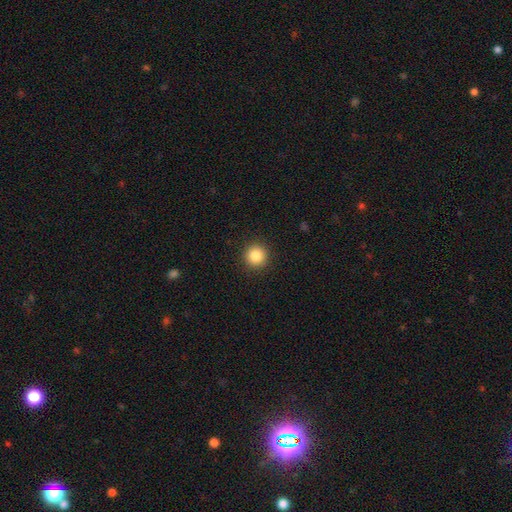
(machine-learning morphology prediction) smooth 85%, star or artifact 11%, featured or disk 5%. Down the decision tree: how rounded — round (95%); merging — none (92%).